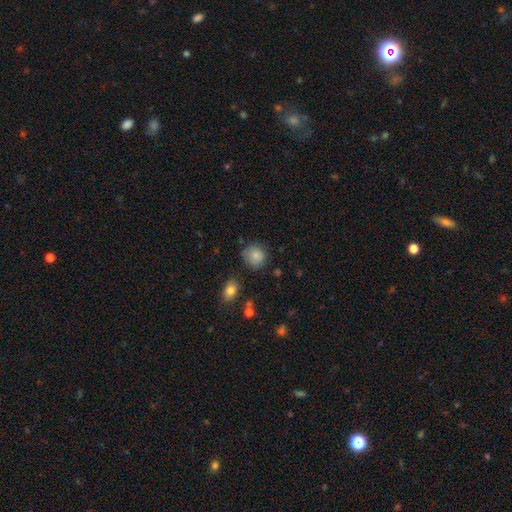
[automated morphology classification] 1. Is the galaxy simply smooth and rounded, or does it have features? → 83% smooth, 9% star or artifact, 8% featured or disk.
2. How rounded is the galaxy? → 85% round, 14% in between, 1% cigar-shaped.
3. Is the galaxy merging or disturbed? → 75% none, 18% minor disturbance, 4% major disturbance, 2% merger.